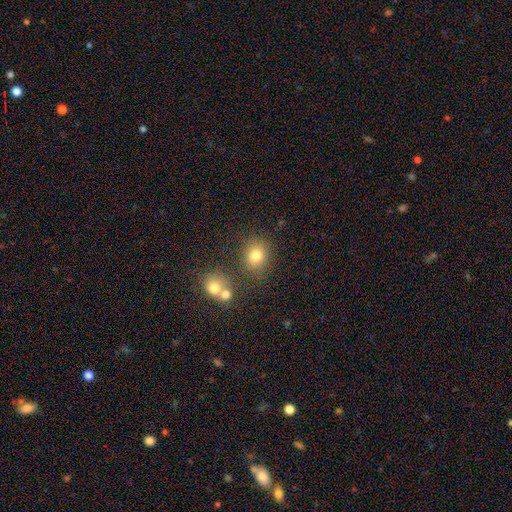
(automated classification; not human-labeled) A smooth galaxy with no disk features (78%) that is round (73%). Merging: none (76%).